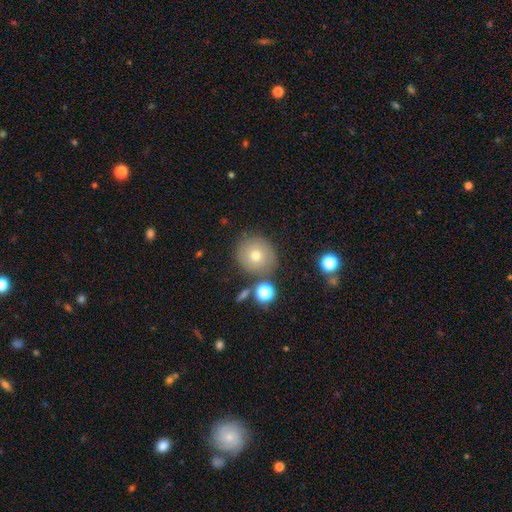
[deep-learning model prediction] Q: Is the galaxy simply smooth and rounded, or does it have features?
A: smooth — 69%.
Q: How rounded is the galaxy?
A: round — 88%.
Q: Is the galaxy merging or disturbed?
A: none — 78%.